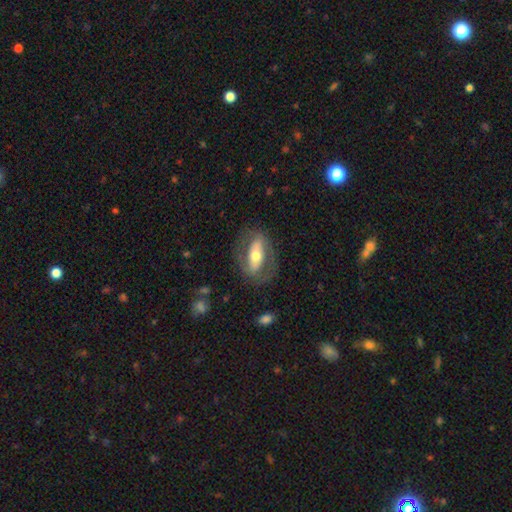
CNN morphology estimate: Smooth or featured? featured or disk (58%)
Edge-on disk? no (81%)
Merging? none (75%)